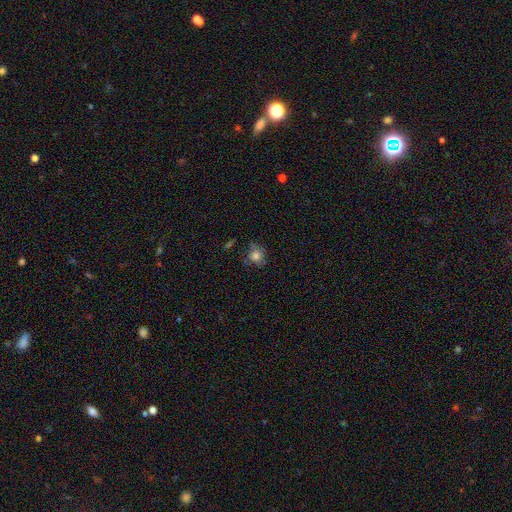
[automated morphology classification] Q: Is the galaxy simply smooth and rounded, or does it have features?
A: smooth — 68%.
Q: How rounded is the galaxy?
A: round — 73%.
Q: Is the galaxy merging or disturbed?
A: none — 61%.